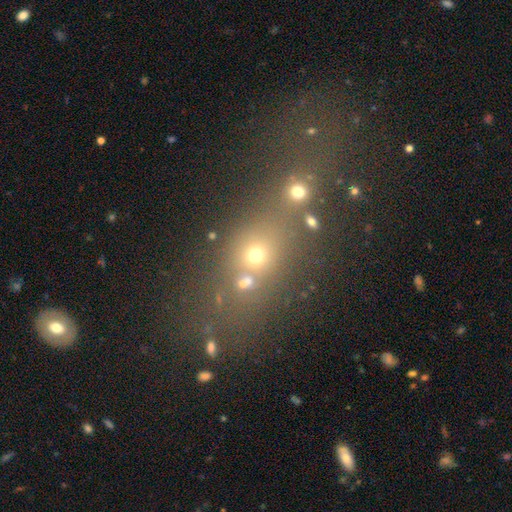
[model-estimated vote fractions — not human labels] Smooth or featured? smooth (42%)
Merging? none (45%)